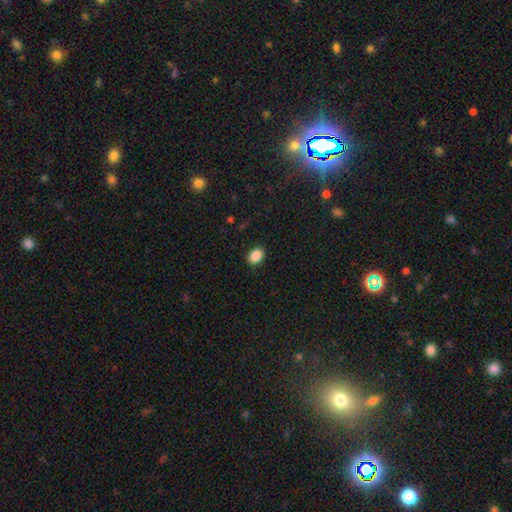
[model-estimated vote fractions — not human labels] A smooth galaxy with no disk features (88%) that is in between round and cigar-shaped (68%). Merging: none (90%).